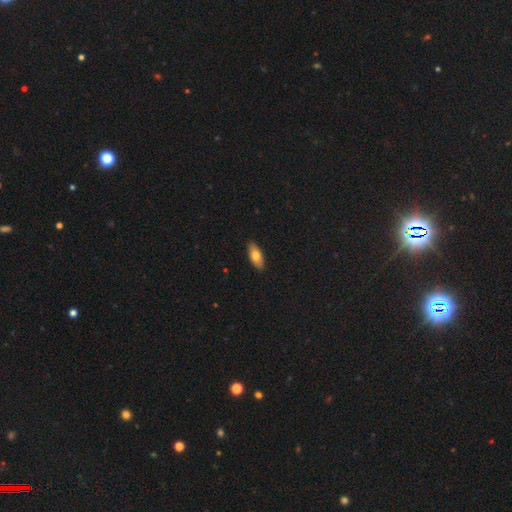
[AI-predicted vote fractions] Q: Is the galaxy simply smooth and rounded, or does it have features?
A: smooth — 74%.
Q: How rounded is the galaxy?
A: in between — 84%.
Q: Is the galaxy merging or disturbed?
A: none — 89%.